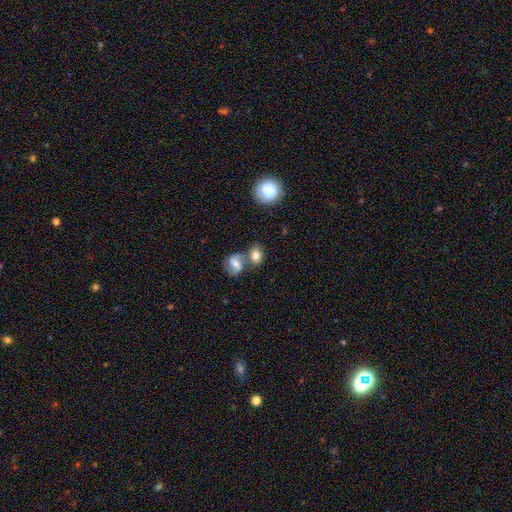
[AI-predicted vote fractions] This is likely a smooth galaxy (71%). How rounded: possibly in between (56%). Merging: possibly none (47%).